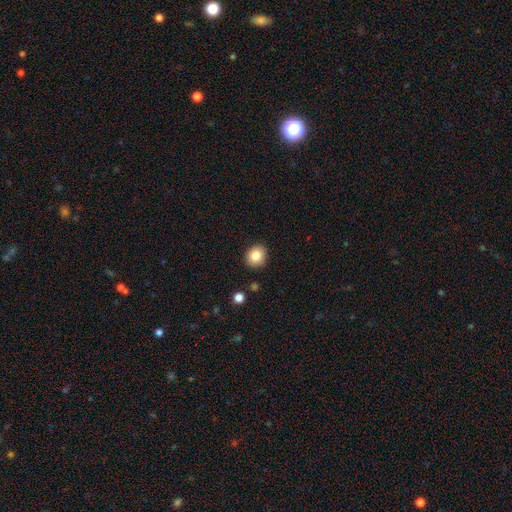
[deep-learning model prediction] Morphology: type=smooth (83%); roundness=round (72%); merging=none (89%).